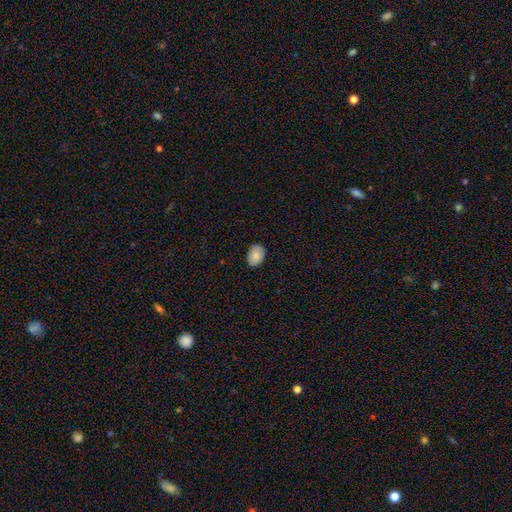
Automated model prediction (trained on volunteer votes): Smooth or featured?
  - smooth: 85% *
  - featured or disk: 7%
  - star or artifact: 7%
How rounded?
  - in between: 80% *
  - round: 19%
  - cigar-shaped: 1%
Merging?
  - none: 84% *
  - minor disturbance: 13%
  - major disturbance: 2%
  - merger: 1%